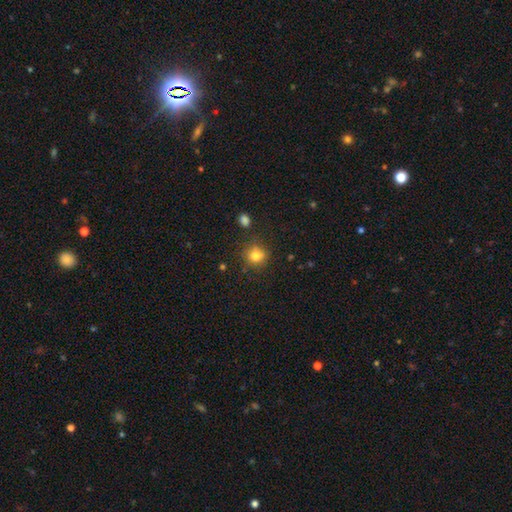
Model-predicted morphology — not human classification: smooth_or_featured: smooth (p=0.80) [alt: star or artifact p=0.13]
how_rounded: round (p=0.85) [alt: in between p=0.14]
merging: none (p=0.78) [alt: minor disturbance p=0.14]